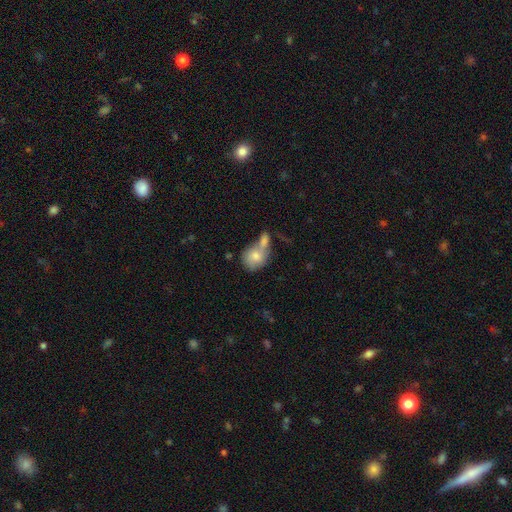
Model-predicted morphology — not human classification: Q: Smooth or featured?
A: smooth (74%); runner-up: featured or disk (18%)
Q: How rounded?
A: round (59%); runner-up: in between (39%)
Q: Merging?
A: merger (52%); runner-up: none (29%)